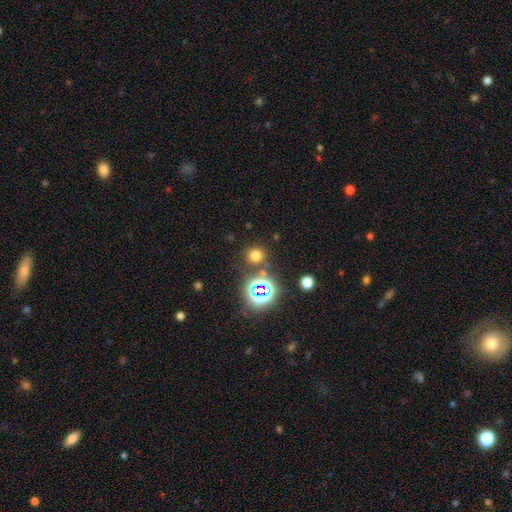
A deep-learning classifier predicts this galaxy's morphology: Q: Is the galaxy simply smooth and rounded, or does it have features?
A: smooth — 66%.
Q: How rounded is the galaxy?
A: round — 88%.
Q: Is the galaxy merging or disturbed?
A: none — 82%.